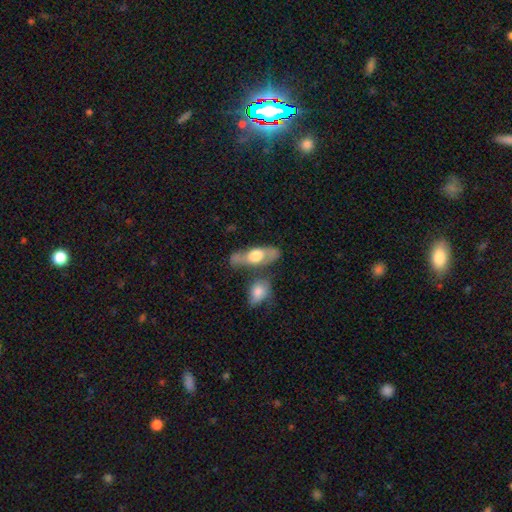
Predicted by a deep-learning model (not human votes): Morphology: type=featured or disk (51%); edge-on=no (51%); merging=none (59%).